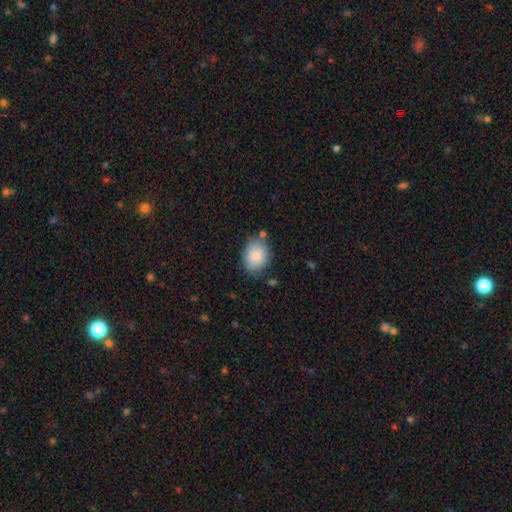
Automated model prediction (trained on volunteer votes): smooth_or_featured: smooth (p=0.86) [alt: featured or disk p=0.08]
how_rounded: in between (p=0.58) [alt: round p=0.41]
merging: none (p=0.75) [alt: minor disturbance p=0.17]